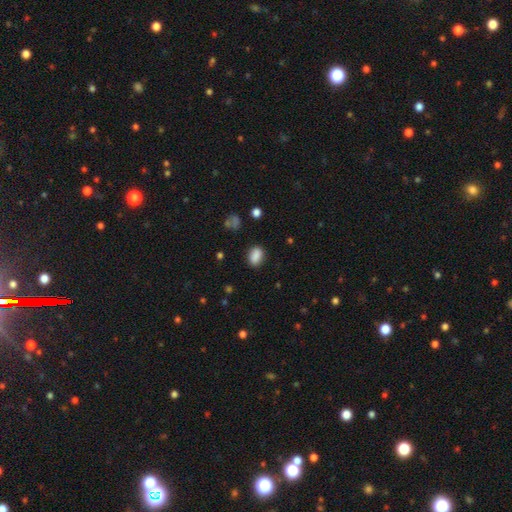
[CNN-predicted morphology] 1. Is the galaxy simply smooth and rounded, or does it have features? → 87% smooth, 9% star or artifact, 4% featured or disk.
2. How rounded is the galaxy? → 80% in between, 18% round, 2% cigar-shaped.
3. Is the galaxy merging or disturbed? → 84% none, 11% minor disturbance, 3% major disturbance, 2% merger.